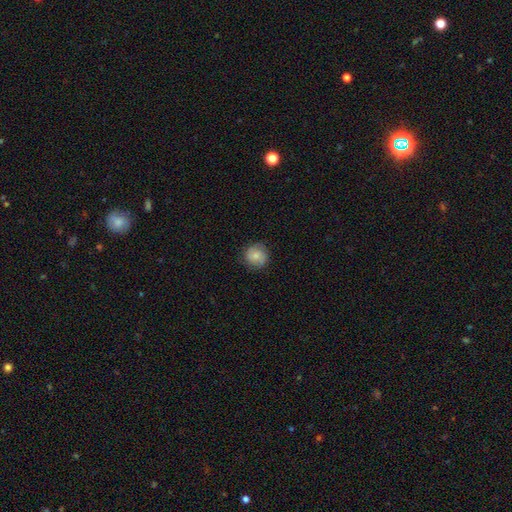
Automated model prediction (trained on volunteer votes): Smooth or featured? Predicted: smooth (p=0.65). How rounded? Predicted: round (p=0.90). Merging? Predicted: none (p=0.81).